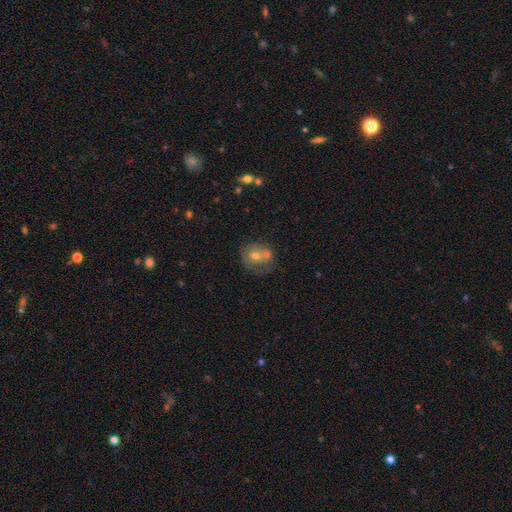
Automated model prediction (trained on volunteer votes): Smooth or featured?
  - smooth: 53% *
  - featured or disk: 38%
  - star or artifact: 9%
How rounded?
  - round: 68% *
  - in between: 31%
  - cigar-shaped: 1%
Merging?
  - merger: 50% *
  - none: 29%
  - minor disturbance: 13%
  - major disturbance: 8%